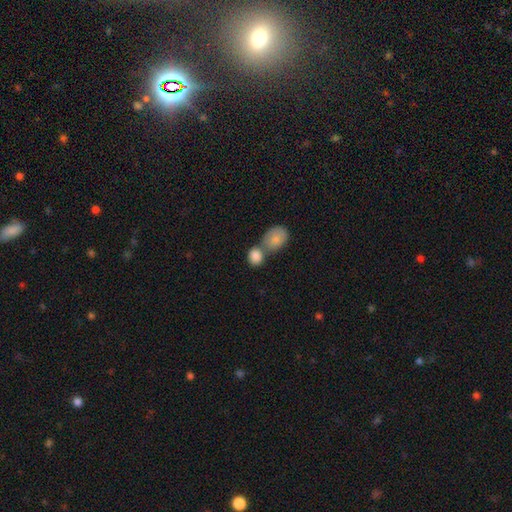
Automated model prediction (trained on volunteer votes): Overall: smooth (86%). How rounded: in between (51%; round 47%). Merging: merger (56%; none 32%).